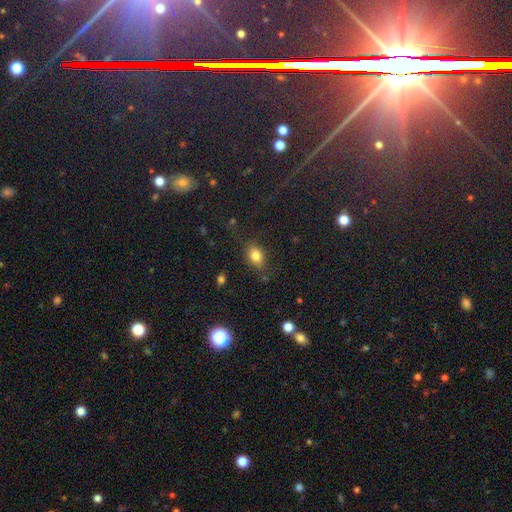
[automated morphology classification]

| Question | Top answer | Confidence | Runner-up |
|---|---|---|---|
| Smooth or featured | smooth | 80% | star or artifact (12%) |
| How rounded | in between | 68% | round (30%) |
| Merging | none | 76% | minor disturbance (16%) |